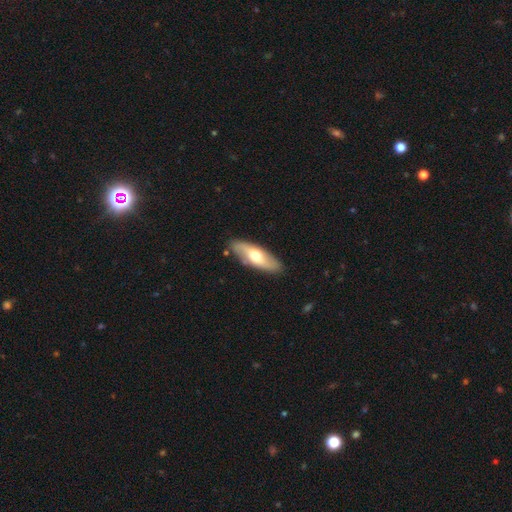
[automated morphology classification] smooth_or_featured: featured or disk (p=0.48) [alt: smooth p=0.47]
merging: none (p=0.84) [alt: minor disturbance p=0.12]